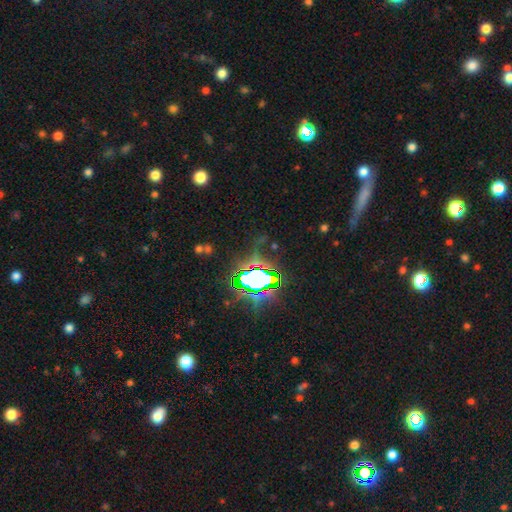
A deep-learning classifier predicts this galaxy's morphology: The model was most divided on "smooth or featured": star or artifact: 77%, smooth: 13%, featured or disk: 10%.